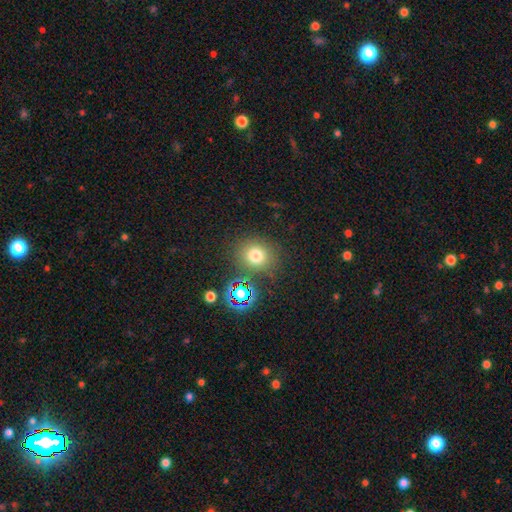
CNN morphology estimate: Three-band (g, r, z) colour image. It shows a smooth galaxy with no disk features (73%) that is round (82%). Merging: none (81%).